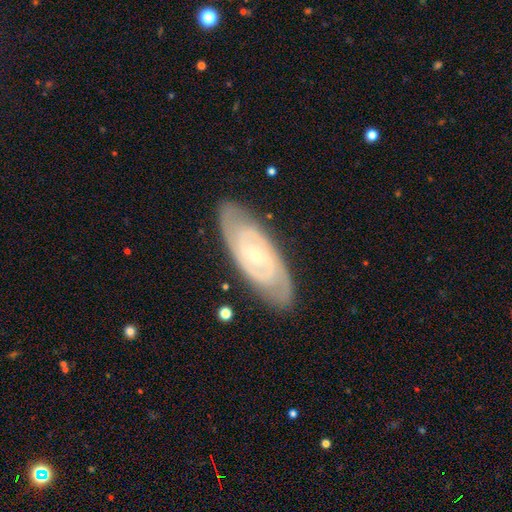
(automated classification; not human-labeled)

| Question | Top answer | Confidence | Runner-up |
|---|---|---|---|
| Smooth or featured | featured or disk | 87% | smooth (8%) |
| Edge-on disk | no | 93% | yes (7%) |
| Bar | no | 45% | weak (40%) |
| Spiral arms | yes | 97% | no (3%) |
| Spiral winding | tight | 66% | medium (29%) |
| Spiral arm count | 2 | 72% | can't tell (12%) |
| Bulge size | small | 81% | moderate (13%) |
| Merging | none | 82% | minor disturbance (13%) |